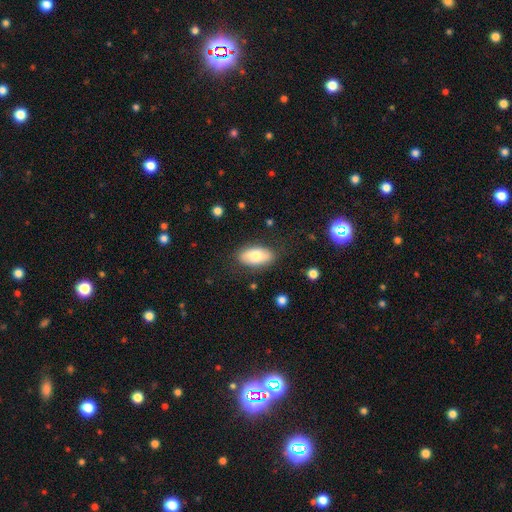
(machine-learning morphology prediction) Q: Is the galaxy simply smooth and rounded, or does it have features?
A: smooth — 72%.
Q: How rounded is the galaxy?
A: in between — 94%.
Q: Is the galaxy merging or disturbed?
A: none — 83%.